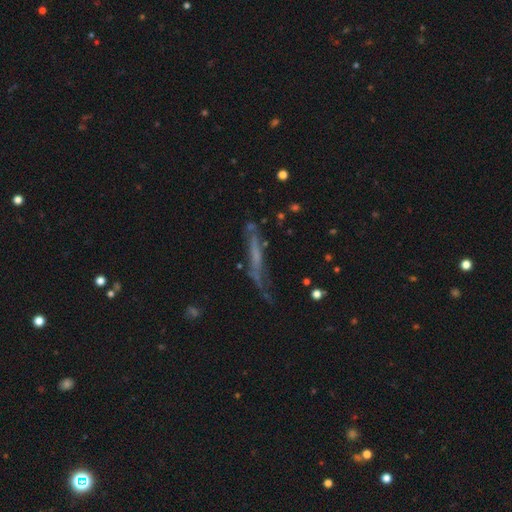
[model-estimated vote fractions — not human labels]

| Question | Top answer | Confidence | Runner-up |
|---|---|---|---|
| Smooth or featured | featured or disk | 50% | smooth (37%) |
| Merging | none | 52% | minor disturbance (26%) |